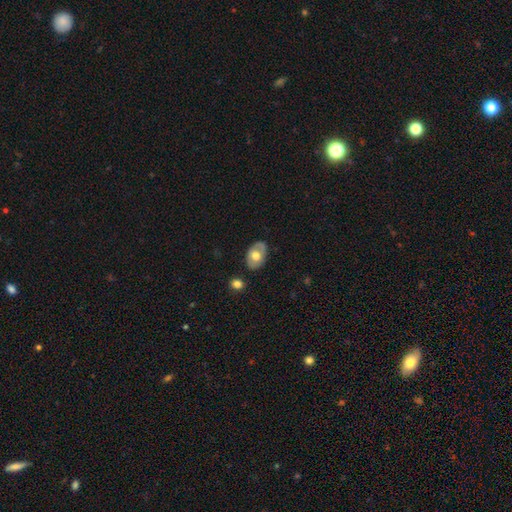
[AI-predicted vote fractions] smooth-or-featured: smooth: 53% | featured or disk: 41% | star or artifact: 6%
  how-rounded: in between: 84% | round: 15% | cigar-shaped: 1%
  merging: none: 78% | minor disturbance: 16% | major disturbance: 3% | merger: 3%